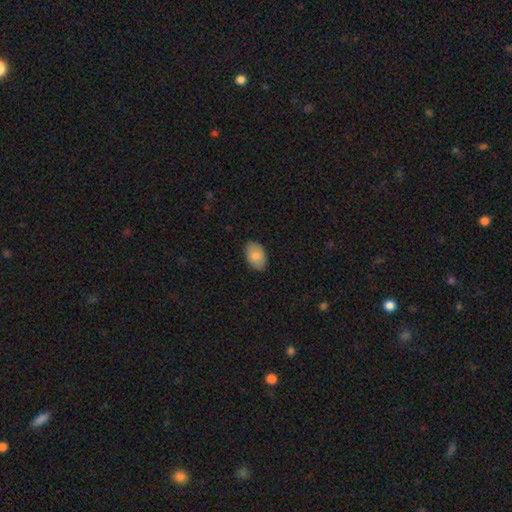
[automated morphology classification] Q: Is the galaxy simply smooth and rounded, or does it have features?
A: smooth — 84%.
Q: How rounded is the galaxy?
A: in between — 89%.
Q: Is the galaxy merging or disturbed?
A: none — 86%.